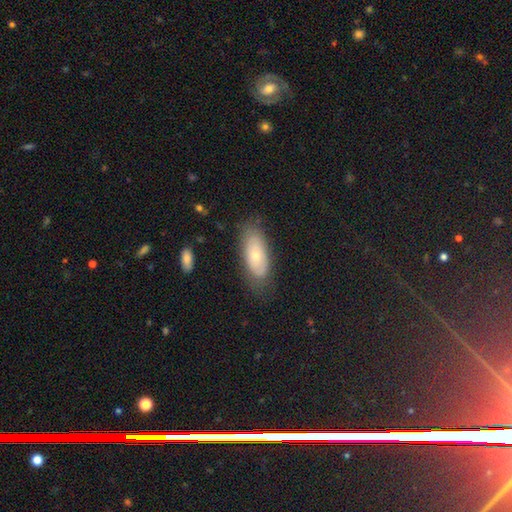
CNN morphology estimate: Smooth or featured? smooth (59%)
How rounded? in between (84%)
Merging? none (72%)